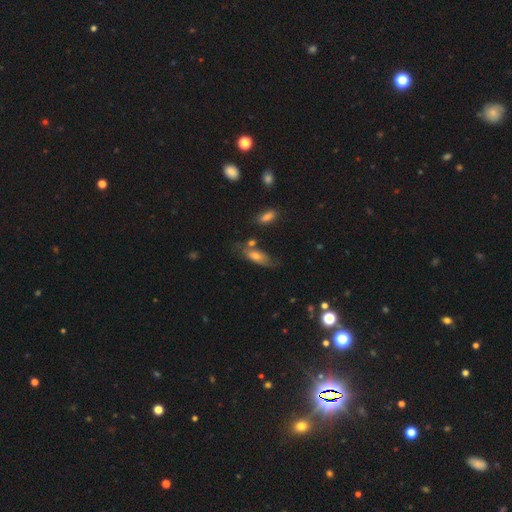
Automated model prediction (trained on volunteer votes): Smooth or featured? Predicted: smooth (p=0.57). How rounded? Predicted: in between (p=0.70). Merging? Predicted: none (p=0.55).